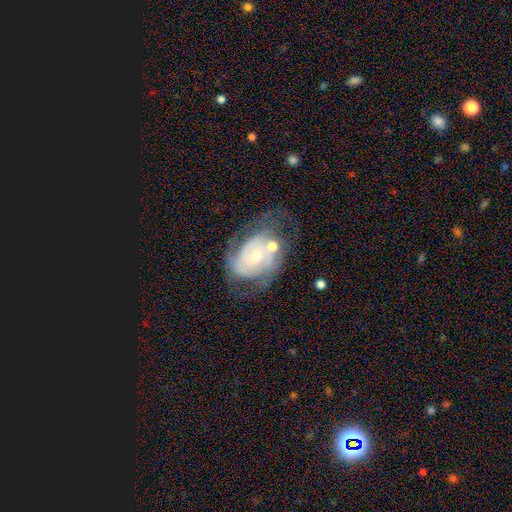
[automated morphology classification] Smooth or featured?
  - featured or disk: 80% *
  - smooth: 13%
  - star or artifact: 7%
Edge-on disk?
  - no: 97% *
  - yes: 3%
Bar?
  - no: 71% *
  - weak: 24%
  - strong: 5%
Spiral arms?
  - yes: 88% *
  - no: 12%
Spiral winding?
  - tight: 57% *
  - medium: 32%
  - loose: 11%
Spiral arm count?
  - 2: 43% *
  - can't tell: 33%
  - 3: 13%
  - 1: 5%
  - 4: 4%
  - more than 4: 3%
Bulge size?
  - moderate: 48% *
  - small: 47%
  - large: 3%
  - none: 2%
  - dominant: 1%
Merging?
  - none: 47% *
  - minor disturbance: 22%
  - major disturbance: 18%
  - merger: 12%